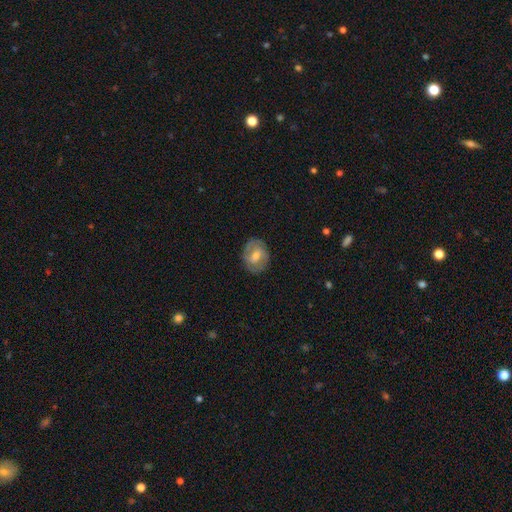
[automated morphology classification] Overall: featured or disk (61%; smooth 32%). Edge-on disk: no (96%). Bar: weak (51%; no 29%). Spiral arms: yes (77%). Bulge size: moderate (57%; small 31%). Merging: none (82%).